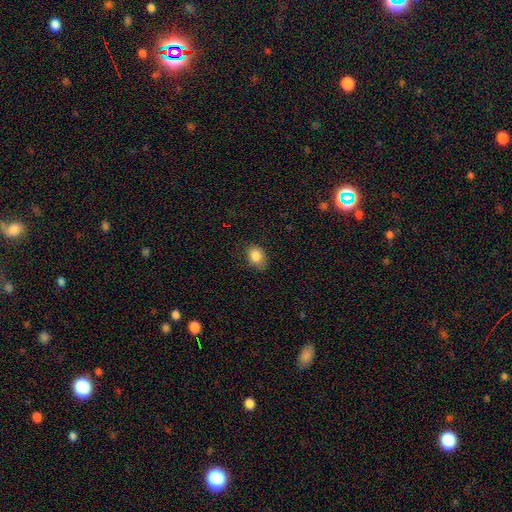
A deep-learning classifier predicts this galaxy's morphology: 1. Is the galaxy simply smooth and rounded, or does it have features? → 85% smooth, 9% star or artifact, 6% featured or disk.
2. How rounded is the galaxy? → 62% in between, 37% round, 1% cigar-shaped.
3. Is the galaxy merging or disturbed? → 75% none, 19% minor disturbance, 4% major disturbance, 1% merger.